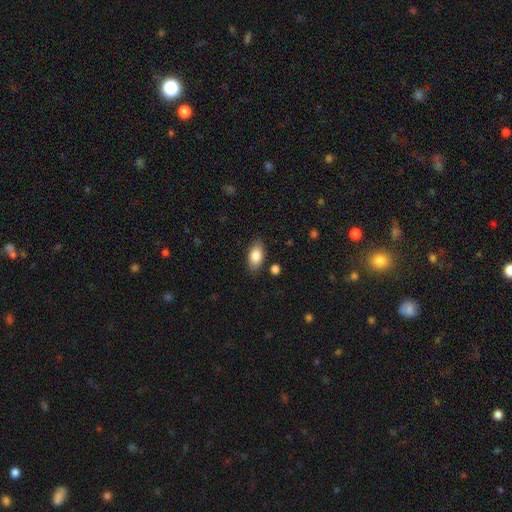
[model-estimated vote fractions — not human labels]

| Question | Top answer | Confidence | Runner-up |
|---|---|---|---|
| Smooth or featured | smooth | 84% | featured or disk (9%) |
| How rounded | in between | 91% | round (5%) |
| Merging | none | 84% | minor disturbance (11%) |